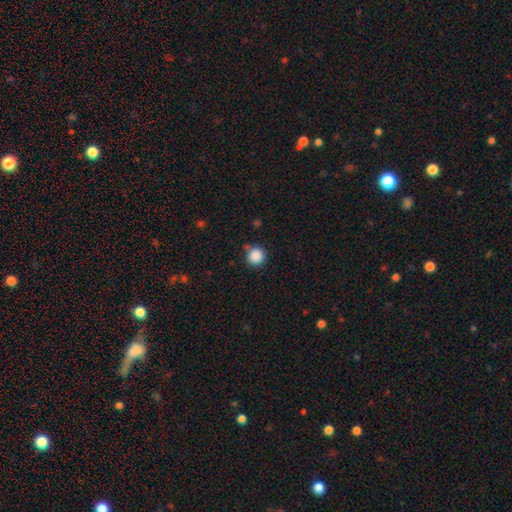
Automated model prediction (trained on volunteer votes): Smooth or featured: smooth — 87% (star or artifact — 10%)
How rounded: round — 95% (in between — 4%)
Merging: none — 82% (minor disturbance — 11%)